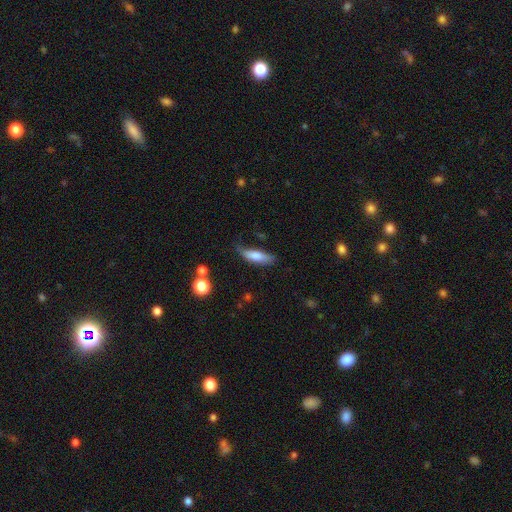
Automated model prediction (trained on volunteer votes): This is likely a smooth galaxy (74%). How rounded: possibly cigar-shaped (51%). Merging: possibly none (56%).